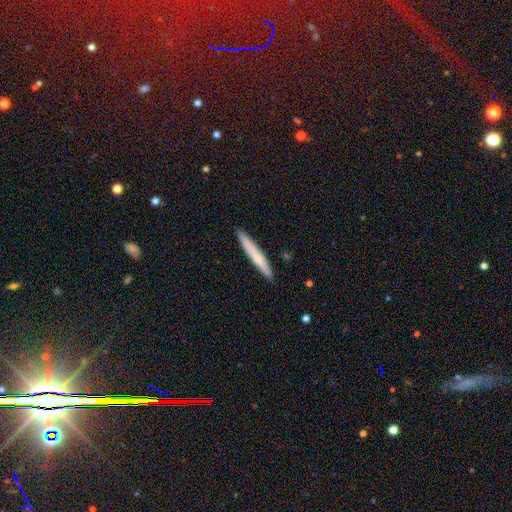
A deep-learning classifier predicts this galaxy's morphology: Smooth or featured? smooth (67%)
How rounded? cigar-shaped (96%)
Merging? none (91%)